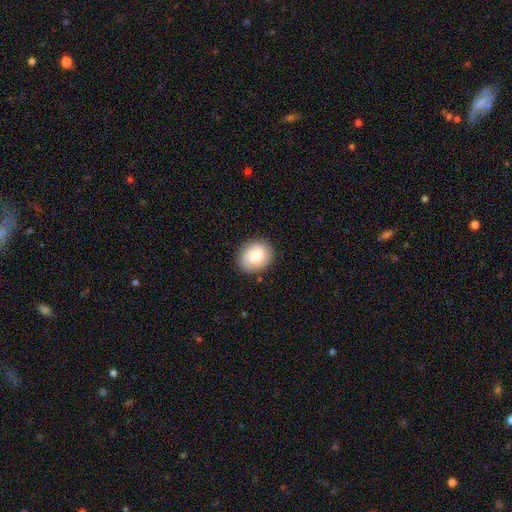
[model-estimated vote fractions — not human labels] This appears to be a smooth galaxy with no disk features (77%) that is round (53%). Merging: none (85%).